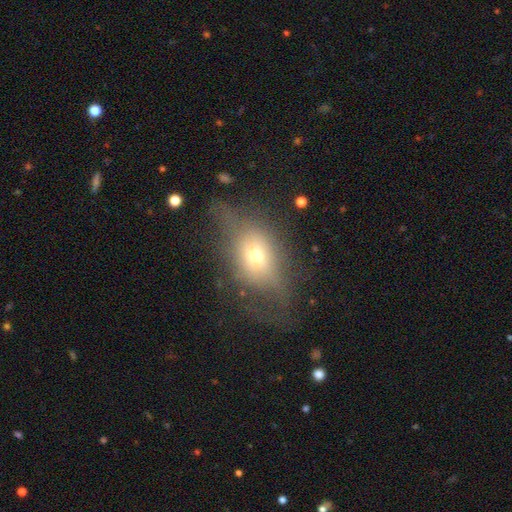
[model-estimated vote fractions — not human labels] A smooth galaxy with no disk features (46%). Merging: none (43%).